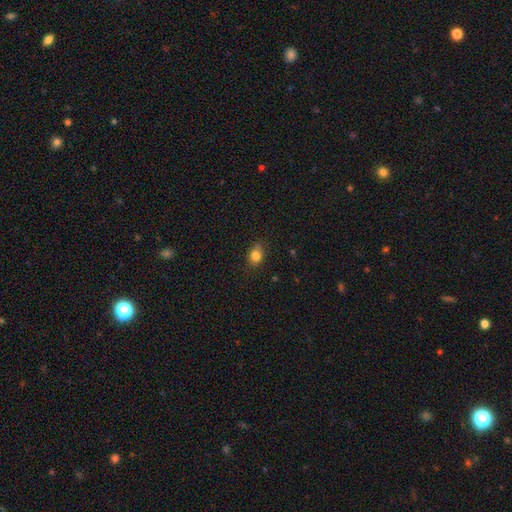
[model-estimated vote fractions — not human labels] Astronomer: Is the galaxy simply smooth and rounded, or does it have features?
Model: smooth — 82%.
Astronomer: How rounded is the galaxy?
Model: in between — 54% (runner-up: round, 44%).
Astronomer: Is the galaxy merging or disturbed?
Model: none — 74%.